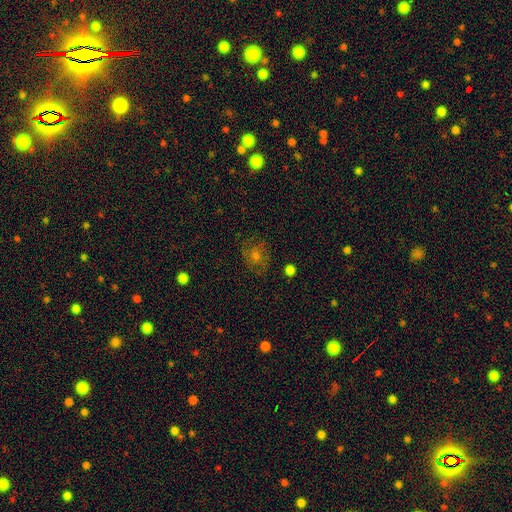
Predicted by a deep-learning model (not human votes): Q: Smooth or featured?
A: featured or disk (40%); runner-up: smooth (38%)
Q: Merging?
A: none (75%); runner-up: minor disturbance (16%)